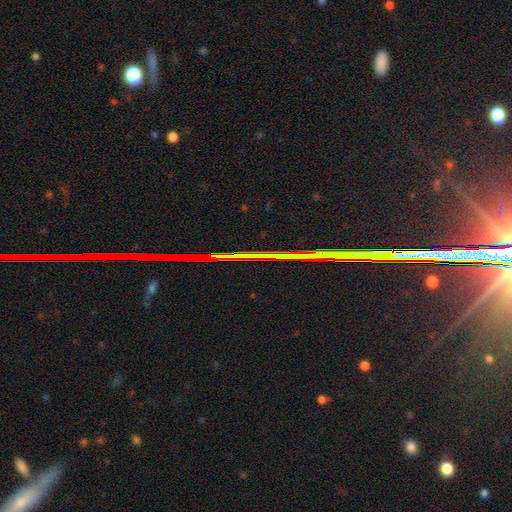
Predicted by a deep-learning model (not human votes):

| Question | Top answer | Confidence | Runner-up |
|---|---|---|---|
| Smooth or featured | star or artifact | 83% | featured or disk (10%) |